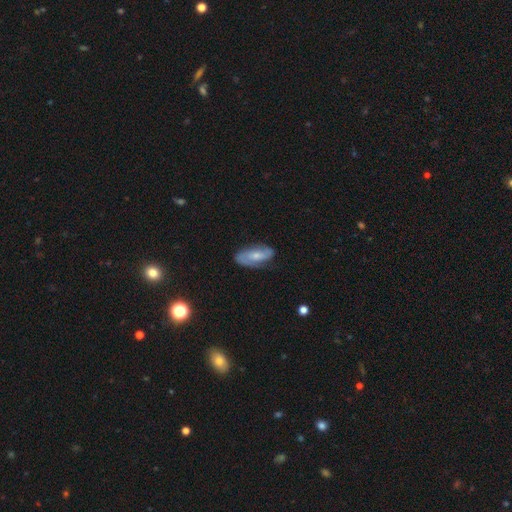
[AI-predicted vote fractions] Smooth or featured: featured or disk — 56% (smooth — 37%)
Edge-on disk: no — 91% (yes — 9%)
Bar: no — 53% (weak — 34%)
Spiral arms: yes — 86% (no — 14%)
Bulge size: small — 51% (moderate — 39%)
Merging: none — 73% (minor disturbance — 20%)